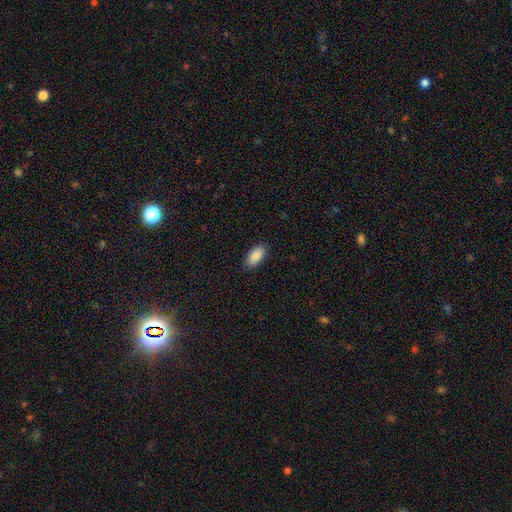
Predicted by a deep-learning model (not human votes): Q: Smooth or featured?
A: smooth (89%); runner-up: star or artifact (6%)
Q: How rounded?
A: in between (93%); runner-up: cigar-shaped (5%)
Q: Merging?
A: none (88%); runner-up: minor disturbance (9%)